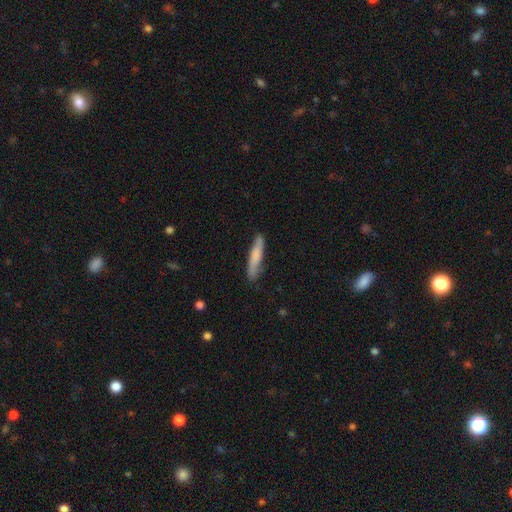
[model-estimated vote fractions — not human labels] smooth 69%, featured or disk 26%, star or artifact 5%. Down the decision tree: how rounded — cigar-shaped (91%); merging — none (80%).